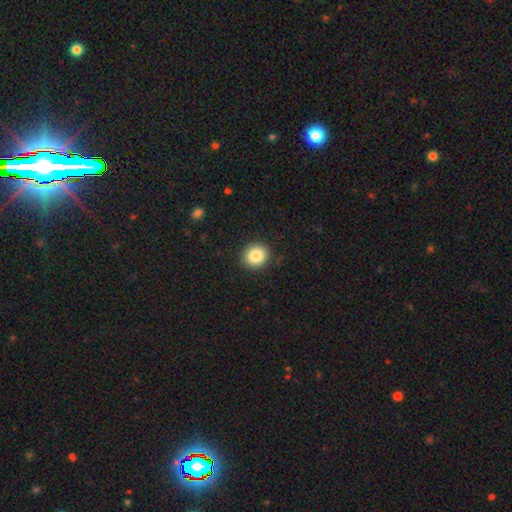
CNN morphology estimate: A smooth galaxy with no disk features (85%) that is round (84%). Merging: none (91%).